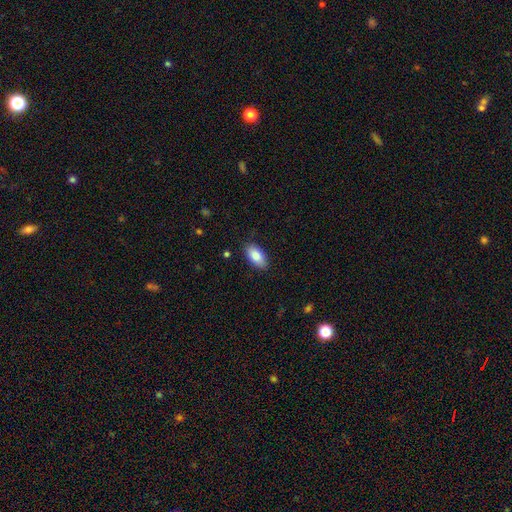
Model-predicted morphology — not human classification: This appears to be a smooth galaxy with no disk features (84%) that is in between round and cigar-shaped (93%). Merging: none (87%).